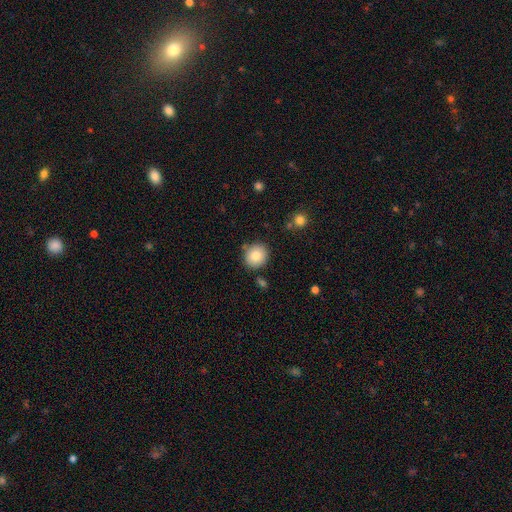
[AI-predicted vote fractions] Overall: smooth (83%). How rounded: round (79%). Merging: none (81%).